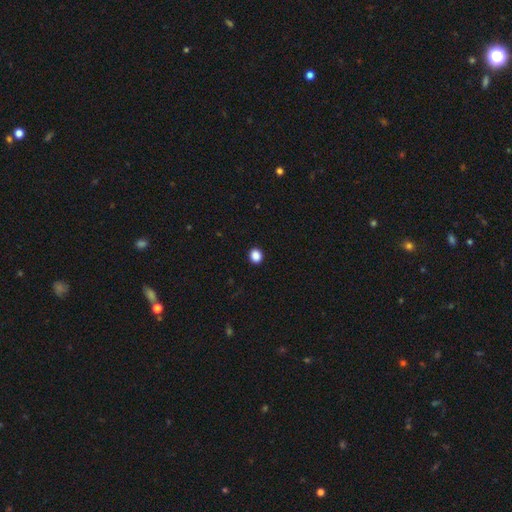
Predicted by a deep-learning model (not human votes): Smooth or featured? Predicted: smooth (p=0.88). How rounded? Predicted: round (p=0.77). Merging? Predicted: none (p=0.93).